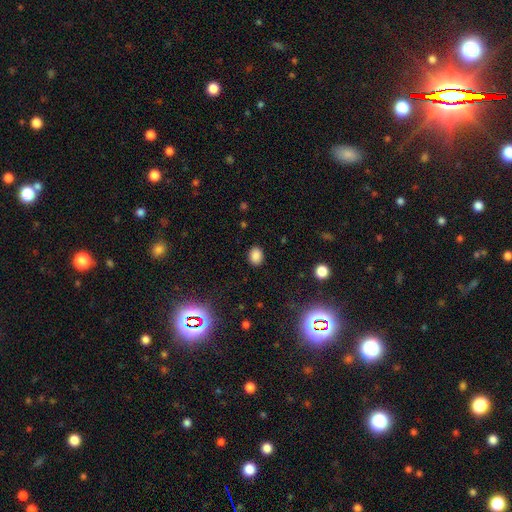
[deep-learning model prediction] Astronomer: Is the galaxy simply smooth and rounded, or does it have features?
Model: smooth — 84%.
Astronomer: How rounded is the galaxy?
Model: in between — 60% (runner-up: round, 39%).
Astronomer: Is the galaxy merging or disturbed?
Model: none — 88%.